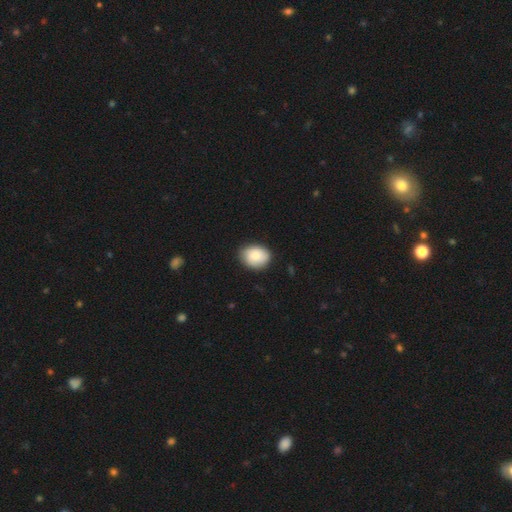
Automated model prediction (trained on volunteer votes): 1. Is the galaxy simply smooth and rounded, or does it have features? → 84% smooth, 10% featured or disk, 7% star or artifact.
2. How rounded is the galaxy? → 53% in between, 46% round, 1% cigar-shaped.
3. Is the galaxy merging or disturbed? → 83% none, 14% minor disturbance, 2% major disturbance, 1% merger.